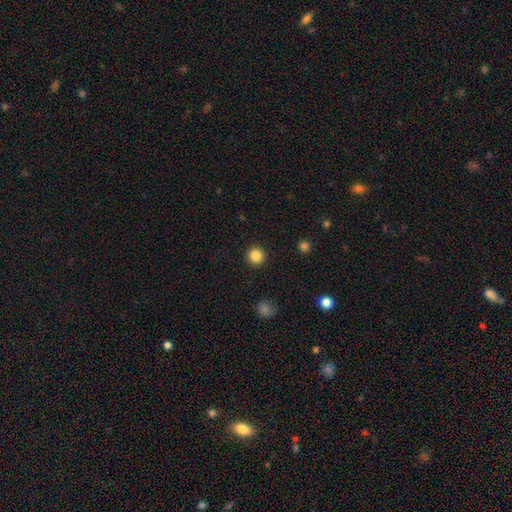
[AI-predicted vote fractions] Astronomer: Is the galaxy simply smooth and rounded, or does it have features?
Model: smooth — 86%.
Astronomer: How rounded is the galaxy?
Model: round — 95%.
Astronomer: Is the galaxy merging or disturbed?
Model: none — 92%.